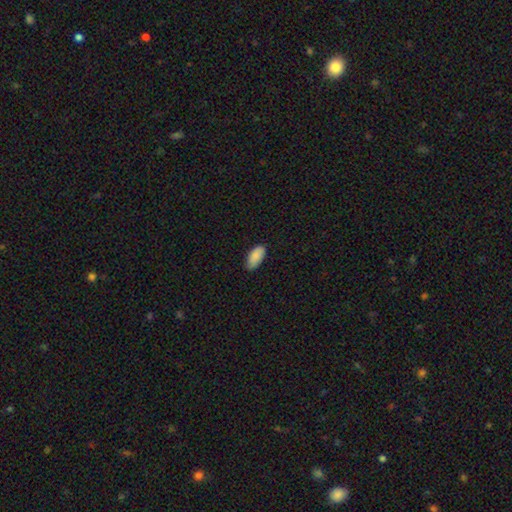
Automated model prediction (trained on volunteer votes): smooth-or-featured: smooth: 89% | star or artifact: 6% | featured or disk: 5%
  how-rounded: in between: 92% | cigar-shaped: 6% | round: 2%
  merging: none: 78% | minor disturbance: 18% | major disturbance: 2% | merger: 1%